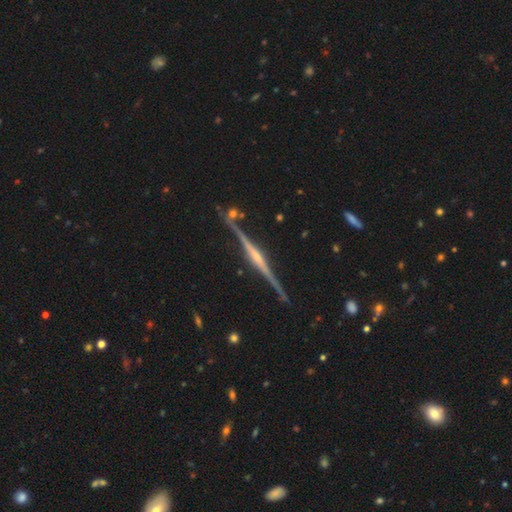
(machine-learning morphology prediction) A featured or disk galaxy (88%) viewed edge-on (98%) with a rounded central bulge (68%). Merging: none (87%).